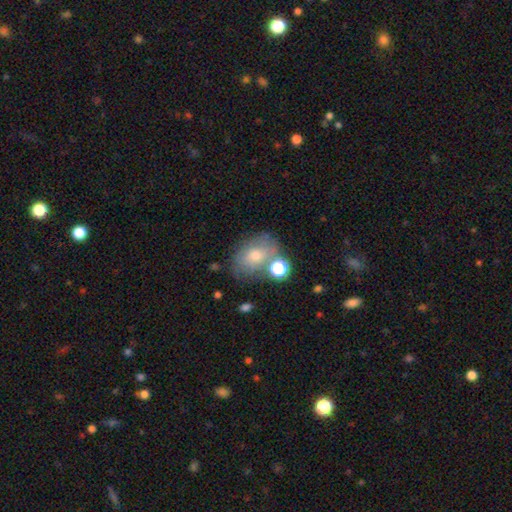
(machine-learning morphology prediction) This appears to be a smooth galaxy with no disk features (57%) that is in between round and cigar-shaped (65%). Merging: none (58%).